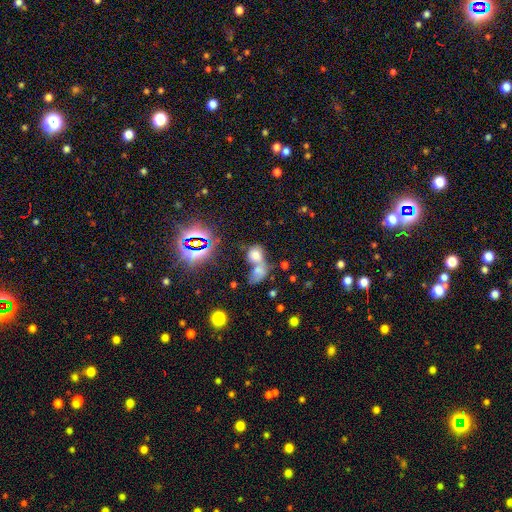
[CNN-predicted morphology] smooth_or_featured: smooth (p=0.62) [alt: star or artifact p=0.24]
how_rounded: in between (p=0.58) [alt: round p=0.39]
merging: merger (p=0.69) [alt: none p=0.20]